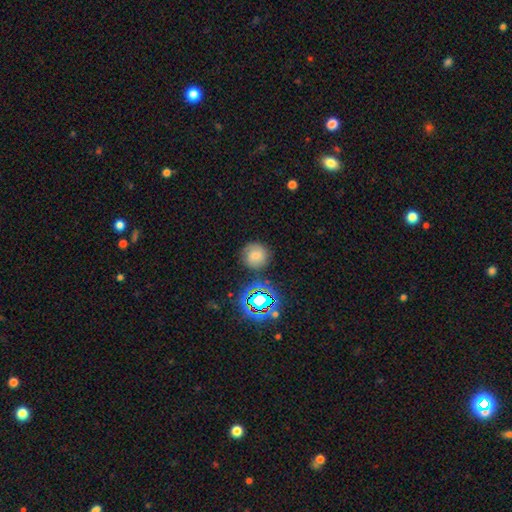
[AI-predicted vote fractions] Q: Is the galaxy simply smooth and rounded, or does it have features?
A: smooth — 61%.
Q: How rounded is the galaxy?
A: round — 91%.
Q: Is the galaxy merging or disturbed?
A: none — 78%.